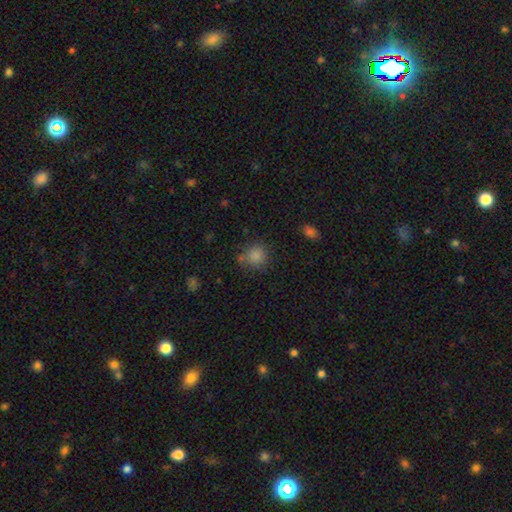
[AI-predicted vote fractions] Overall: smooth (83%). How rounded: round (86%). Merging: none (70%).